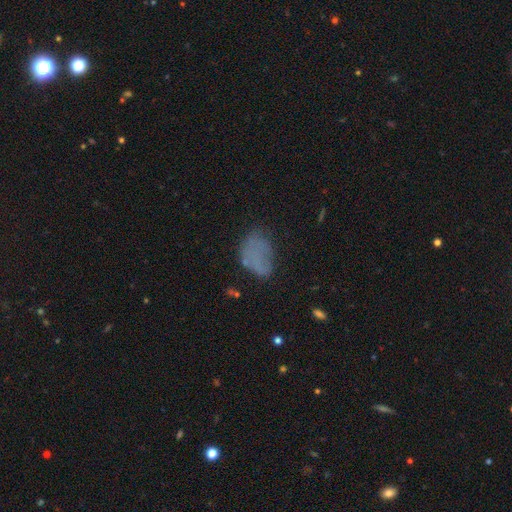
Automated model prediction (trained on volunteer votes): Smooth or featured?
  - smooth: 60% *
  - featured or disk: 23%
  - star or artifact: 17%
How rounded?
  - in between: 83% *
  - round: 16%
  - cigar-shaped: 2%
Merging?
  - none: 49% *
  - minor disturbance: 26%
  - major disturbance: 22%
  - merger: 4%